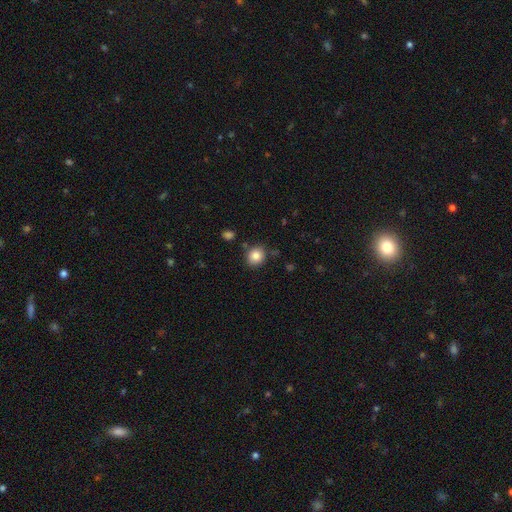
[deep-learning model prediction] Smooth or featured: smooth — 85% (star or artifact — 10%)
How rounded: round — 74% (in between — 25%)
Merging: none — 83% (minor disturbance — 10%)